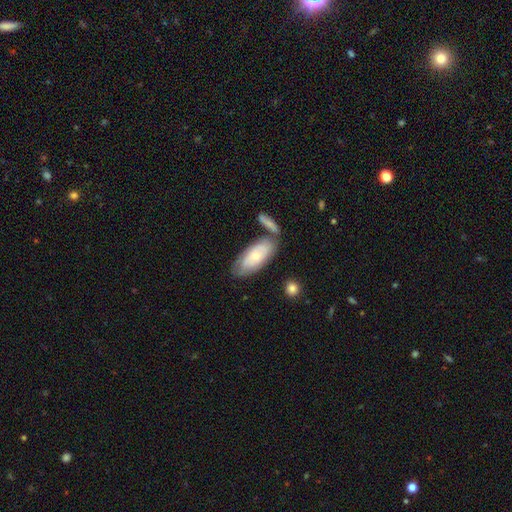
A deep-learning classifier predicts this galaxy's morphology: Smooth or featured? smooth (50%)
Merging? none (57%)